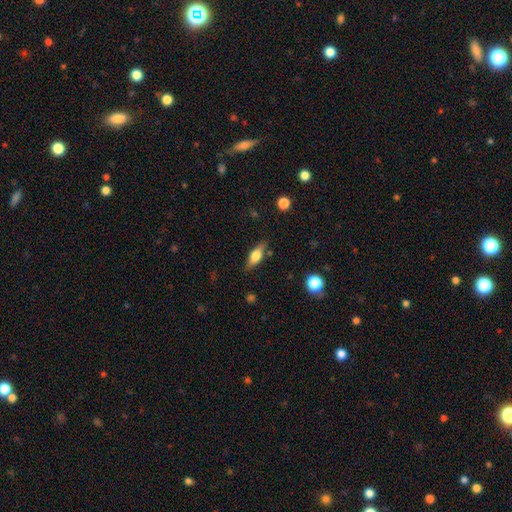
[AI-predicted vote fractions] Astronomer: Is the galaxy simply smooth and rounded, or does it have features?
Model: smooth — 60%.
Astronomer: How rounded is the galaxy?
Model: in between — 63%.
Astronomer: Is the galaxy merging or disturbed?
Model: none — 80%.